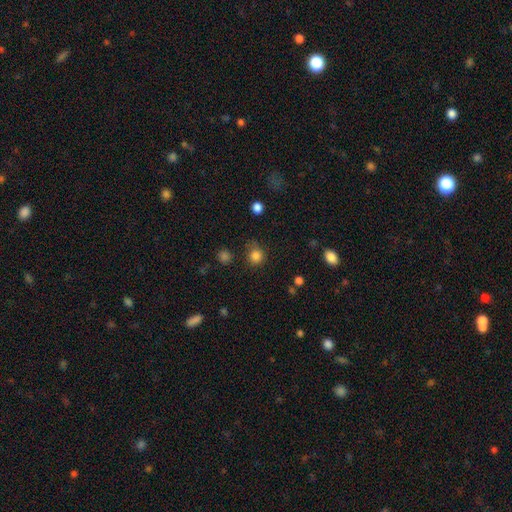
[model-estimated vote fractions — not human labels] The model was most divided on "merging": none: 75%, minor disturbance: 16%, major disturbance: 6%, merger: 3%. More confident: how rounded — round (88%); smooth or featured — smooth (83%).